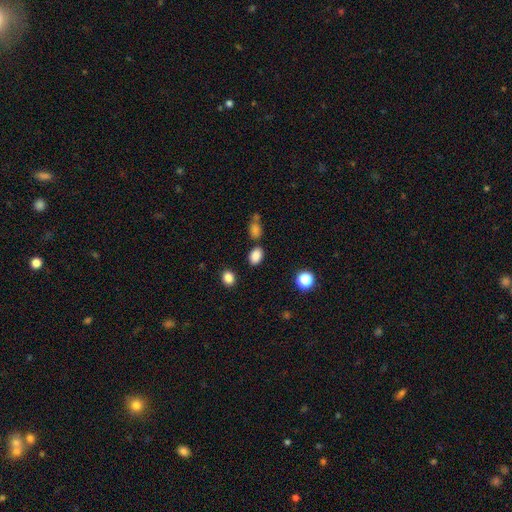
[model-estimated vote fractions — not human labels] A smooth galaxy with no disk features (85%) that is in between round and cigar-shaped (79%).

Vote fractions:
- Smooth or featured? smooth: 85% / star or artifact: 11% / featured or disk: 4%
- How rounded? in between: 79% / round: 19% / cigar-shaped: 1%
- Merging? none: 79% / minor disturbance: 11% / merger: 7% / major disturbance: 3%